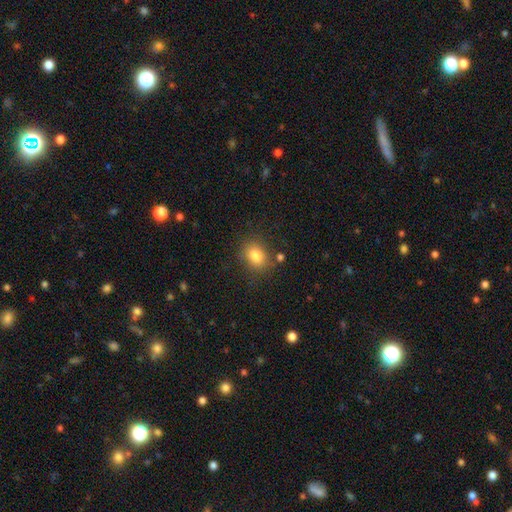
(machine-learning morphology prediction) type=smooth (82%); roundness=in between (53%); merging=none (79%).